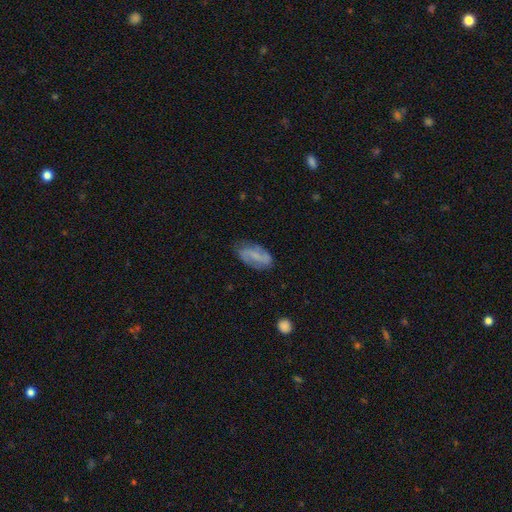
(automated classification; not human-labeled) Q: Smooth or featured?
A: featured or disk (58%); runner-up: smooth (35%)
Q: Edge-on disk?
A: no (95%); runner-up: yes (5%)
Q: Bar?
A: weak (42%); runner-up: strong (32%)
Q: Spiral arms?
A: yes (83%); runner-up: no (17%)
Q: Bulge size?
A: small (43%); runner-up: none (38%)
Q: Merging?
A: none (74%); runner-up: minor disturbance (19%)